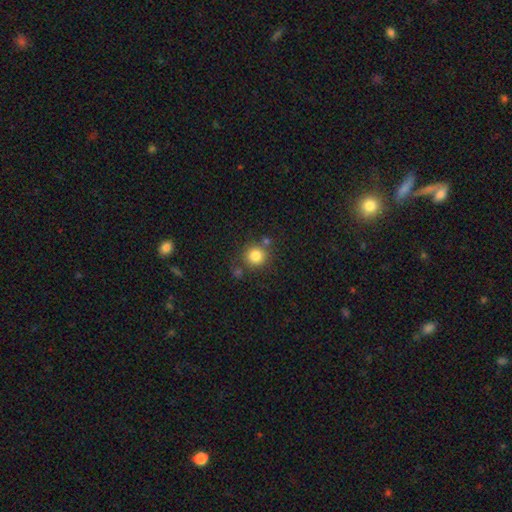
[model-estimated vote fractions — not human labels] This appears to be a smooth galaxy with no disk features (83%) that is round (92%). Merging: none (74%).